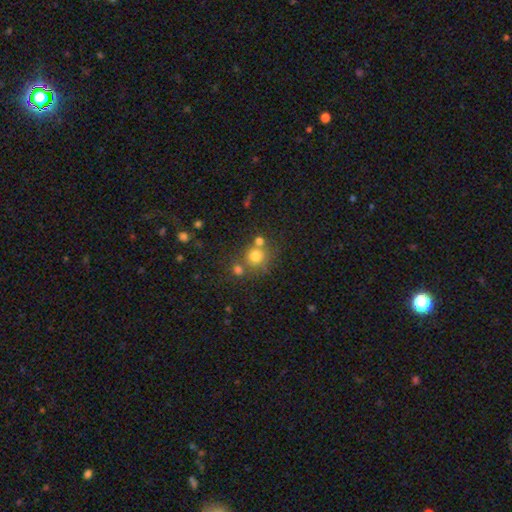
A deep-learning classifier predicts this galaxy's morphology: Q: Smooth or featured?
A: smooth (75%); runner-up: star or artifact (16%)
Q: How rounded?
A: round (90%); runner-up: in between (9%)
Q: Merging?
A: none (61%); runner-up: merger (25%)